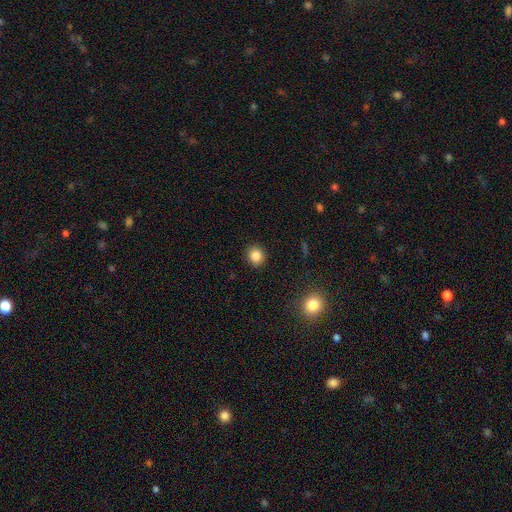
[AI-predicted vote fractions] Smooth or featured?
  - smooth: 84% *
  - star or artifact: 11%
  - featured or disk: 5%
How rounded?
  - round: 85% *
  - in between: 14%
  - cigar-shaped: 1%
Merging?
  - none: 92% *
  - minor disturbance: 5%
  - major disturbance: 2%
  - merger: 1%